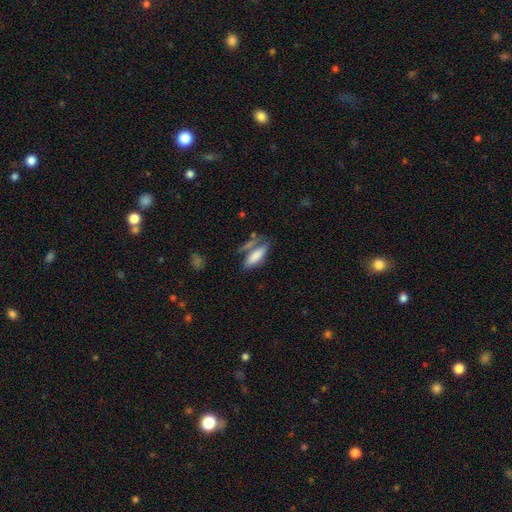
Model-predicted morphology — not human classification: Smooth or featured? Predicted: smooth (p=0.79). How rounded? Predicted: in between (p=0.55). Merging? Predicted: none (p=0.52).